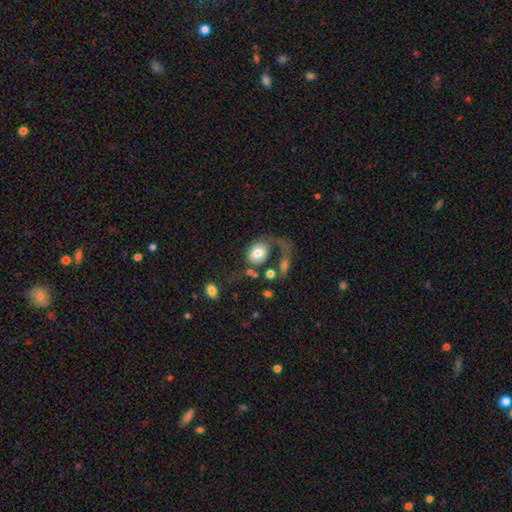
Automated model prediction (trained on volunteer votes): Smooth or featured?
  - smooth: 70% *
  - featured or disk: 22%
  - star or artifact: 8%
How rounded?
  - round: 53% *
  - in between: 46%
  - cigar-shaped: 1%
Merging?
  - major disturbance: 38% *
  - none: 32%
  - merger: 16%
  - minor disturbance: 15%